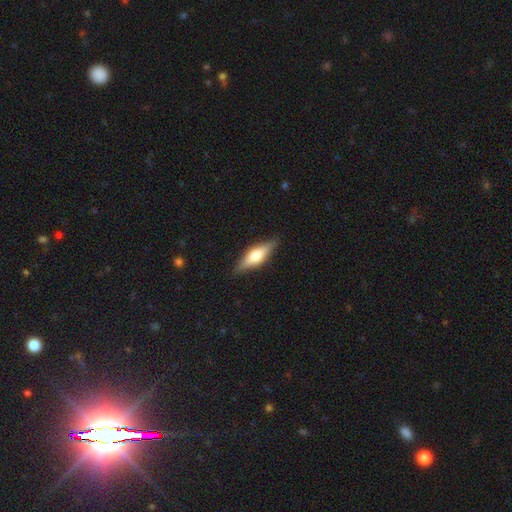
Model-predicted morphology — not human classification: This appears to be a featured or disk galaxy (48%). Merging: none (86%).